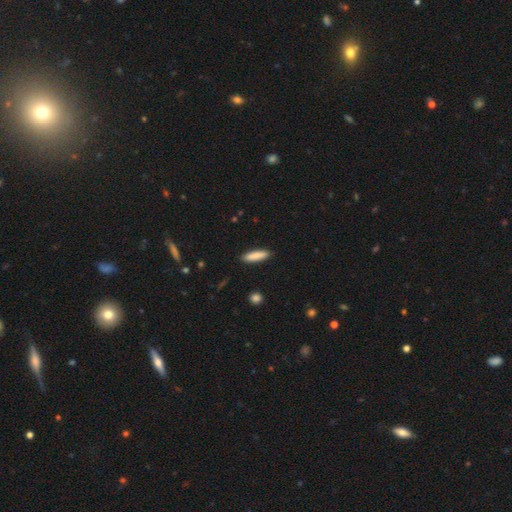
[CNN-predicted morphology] This is clearly a smooth galaxy (86%). How rounded: likely cigar-shaped (69%). Merging: clearly none (90%).